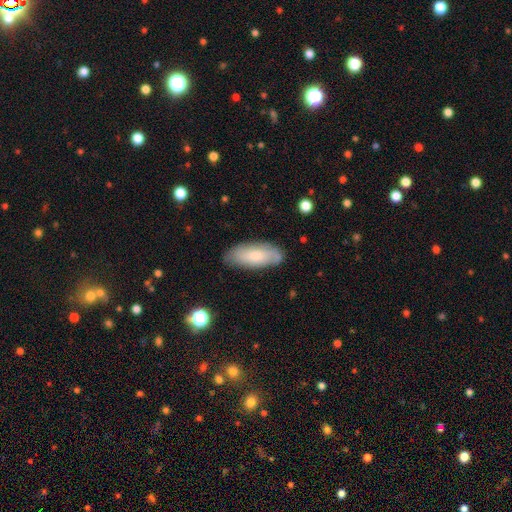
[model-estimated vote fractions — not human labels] This appears to be a smooth galaxy with no disk features (70%) that is in between round and cigar-shaped (78%). Merging: none (78%).